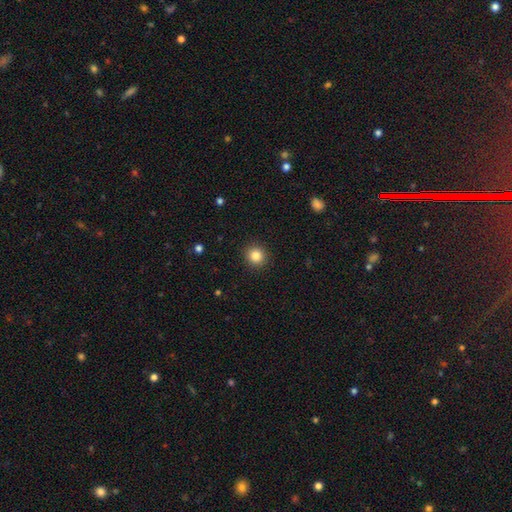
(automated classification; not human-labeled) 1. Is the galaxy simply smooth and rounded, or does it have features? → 84% smooth, 11% star or artifact, 5% featured or disk.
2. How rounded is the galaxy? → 91% round, 8% in between, 1% cigar-shaped.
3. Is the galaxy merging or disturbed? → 92% none, 5% minor disturbance, 2% major disturbance, 1% merger.